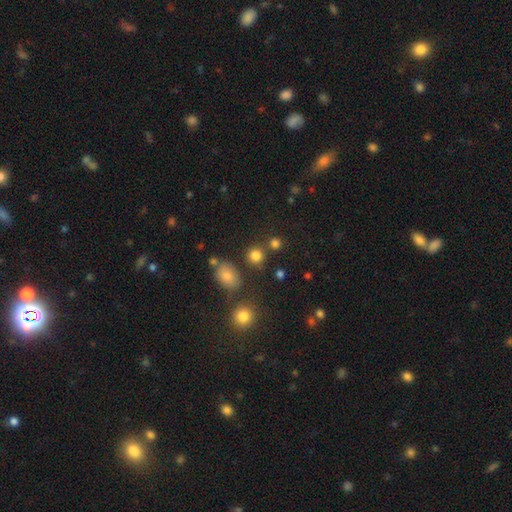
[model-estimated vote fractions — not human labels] This is clearly a smooth galaxy (81%). How rounded: clearly round (87%). Merging: likely none (77%).